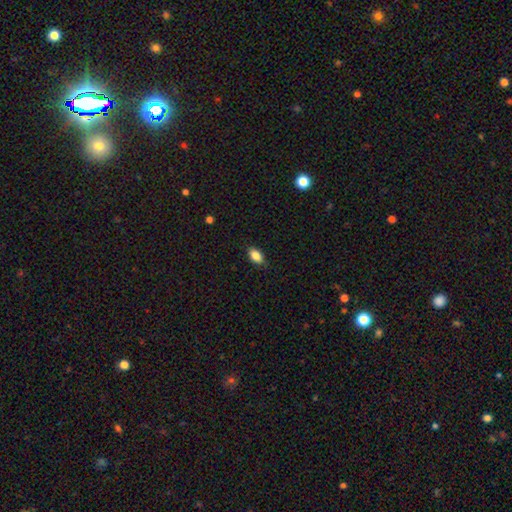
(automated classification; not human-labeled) smooth_or_featured: smooth (p=0.86) [alt: star or artifact p=0.08]
how_rounded: in between (p=0.89) [alt: round p=0.08]
merging: none (p=0.86) [alt: minor disturbance p=0.11]